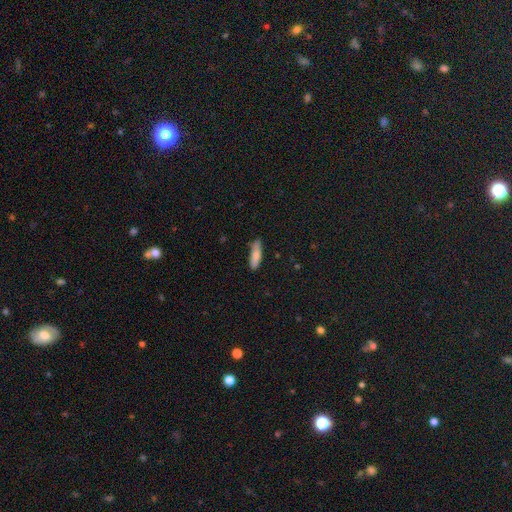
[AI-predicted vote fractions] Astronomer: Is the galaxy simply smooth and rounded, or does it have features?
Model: smooth — 81%.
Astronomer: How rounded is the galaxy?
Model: cigar-shaped — 63%.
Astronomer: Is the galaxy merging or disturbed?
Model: none — 74%.